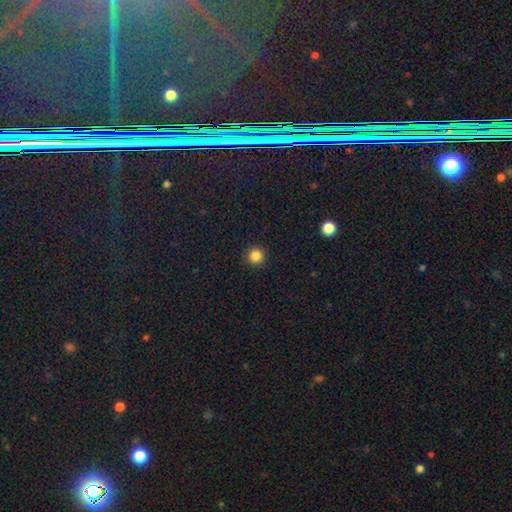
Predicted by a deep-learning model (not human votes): smooth-or-featured: smooth: 85% | star or artifact: 12% | featured or disk: 3%
  how-rounded: round: 96% | in between: 3% | cigar-shaped: 1%
  merging: none: 93% | minor disturbance: 4% | major disturbance: 2% | merger: 1%